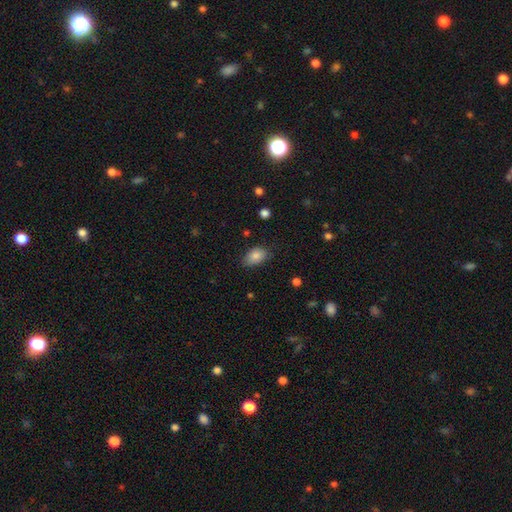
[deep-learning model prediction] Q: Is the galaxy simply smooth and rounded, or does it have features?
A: smooth — 84%.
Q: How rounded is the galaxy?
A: in between — 87%.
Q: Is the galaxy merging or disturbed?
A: none — 73%.